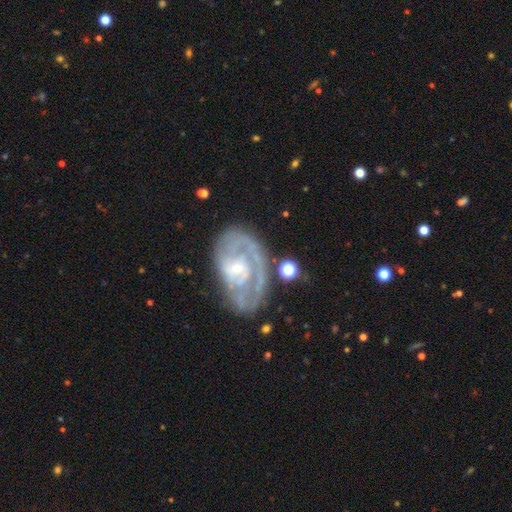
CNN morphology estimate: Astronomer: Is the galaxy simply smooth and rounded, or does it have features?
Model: featured or disk — 81%.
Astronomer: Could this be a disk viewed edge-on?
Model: no — 96%.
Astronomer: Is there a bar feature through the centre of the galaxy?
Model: no — 56% (runner-up: weak, 35%).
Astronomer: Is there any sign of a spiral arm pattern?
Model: yes — 88%.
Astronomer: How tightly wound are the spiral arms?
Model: tight — 62%.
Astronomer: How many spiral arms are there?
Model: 2 — 36% (runner-up: can't tell, 33%).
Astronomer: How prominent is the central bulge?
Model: small — 70%.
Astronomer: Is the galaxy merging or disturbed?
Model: none — 62%.